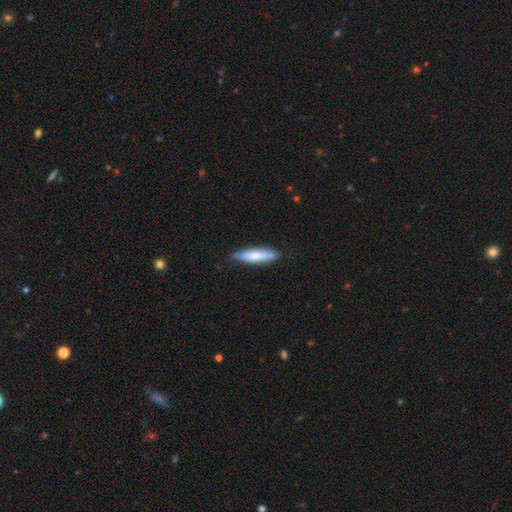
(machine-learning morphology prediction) This is likely a smooth galaxy (71%). How rounded: clearly cigar-shaped (82%). Merging: clearly none (84%).